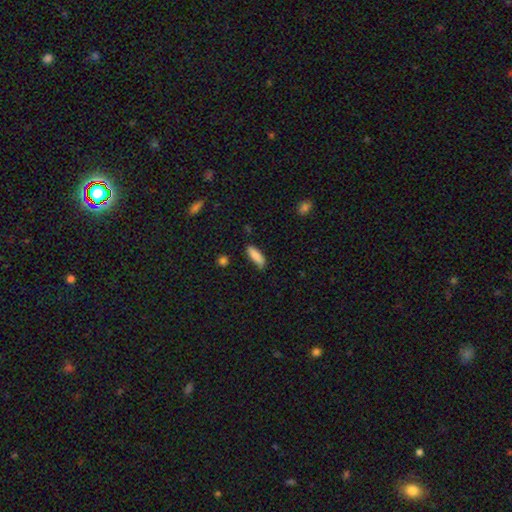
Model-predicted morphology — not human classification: smooth 86%, featured or disk 7%, star or artifact 7%. Down the decision tree: how rounded — in between (59%); merging — none (74%).